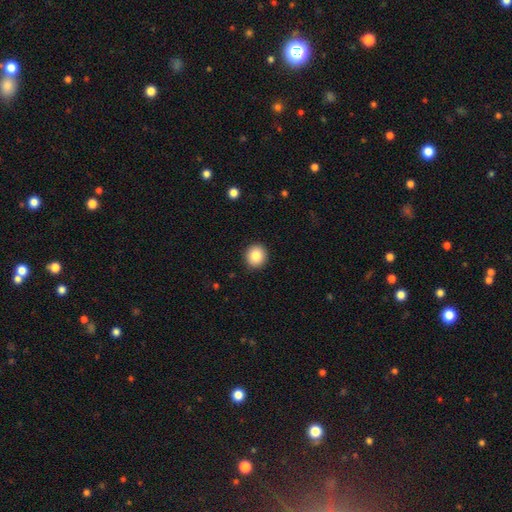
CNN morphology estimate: A smooth galaxy with no disk features (85%) that is round (90%).

Vote fractions:
- Smooth or featured? smooth: 85% / star or artifact: 9% / featured or disk: 7%
- How rounded? round: 90% / in between: 9% / cigar-shaped: 1%
- Merging? none: 92% / minor disturbance: 6% / major disturbance: 2% / merger: 1%